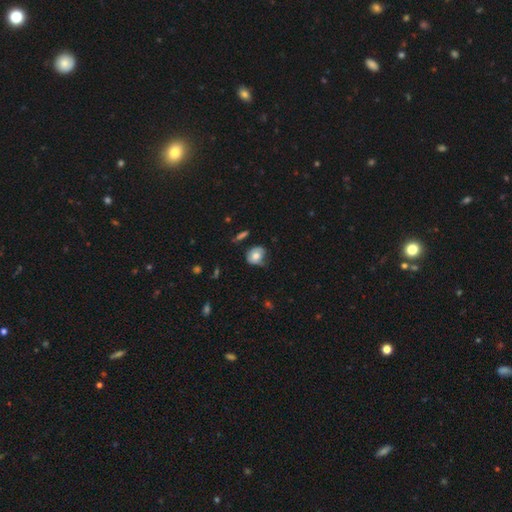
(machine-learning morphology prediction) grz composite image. It shows a smooth galaxy with no disk features (71%) that is round (63%). Merging: none (50%).